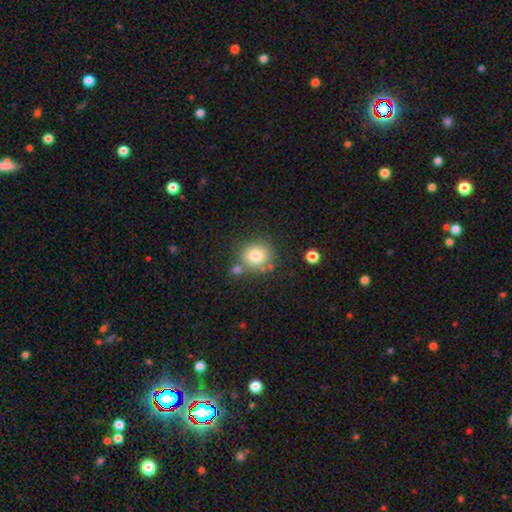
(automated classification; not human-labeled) This is likely a smooth galaxy (78%). How rounded: clearly round (83%). Merging: likely none (70%).